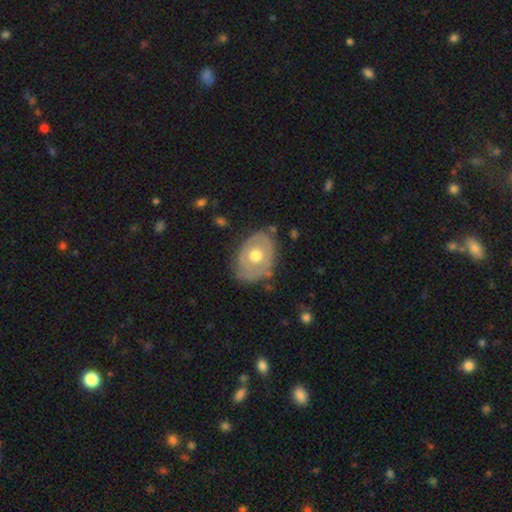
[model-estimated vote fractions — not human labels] The model was most divided on "smooth or featured": featured or disk: 55%, smooth: 40%, star or artifact: 6%. More confident: edge-on disk — no (94%); bar — no (90%); bulge size — moderate (79%); spiral arms — no (71%); merging — none (68%).